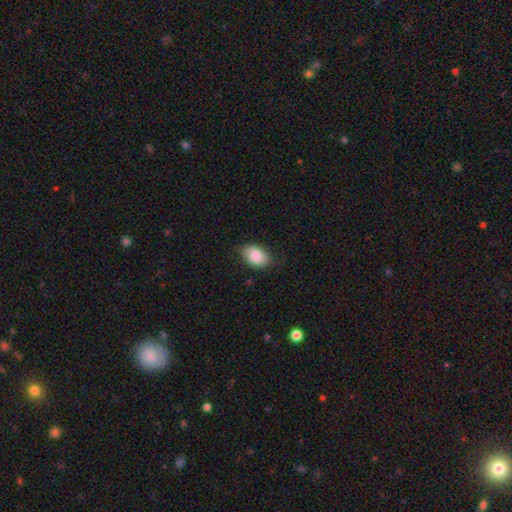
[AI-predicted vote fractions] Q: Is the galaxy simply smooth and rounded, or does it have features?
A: smooth — 86%.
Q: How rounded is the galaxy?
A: in between — 89%.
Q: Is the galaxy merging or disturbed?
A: none — 78%.